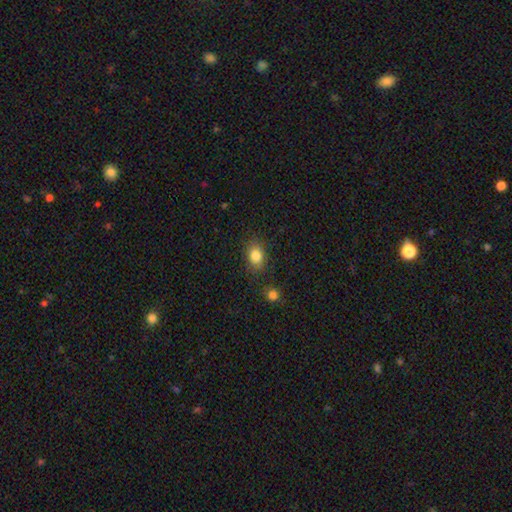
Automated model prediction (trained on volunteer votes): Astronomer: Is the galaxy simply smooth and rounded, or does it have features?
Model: smooth — 84%.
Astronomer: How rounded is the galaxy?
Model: in between — 66%.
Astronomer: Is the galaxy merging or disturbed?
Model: none — 81%.